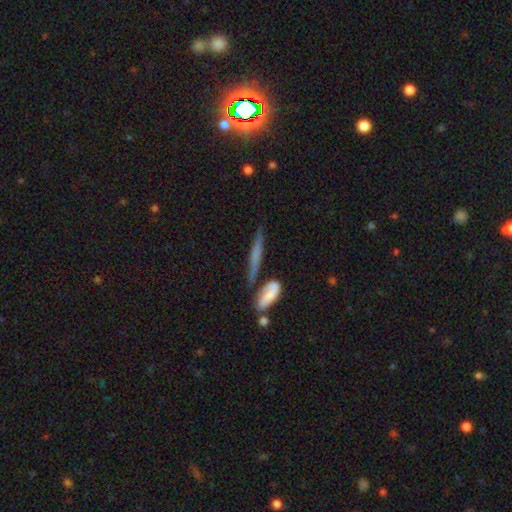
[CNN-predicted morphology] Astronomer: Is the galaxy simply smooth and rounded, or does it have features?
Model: featured or disk — 45%, tied with smooth at 45%.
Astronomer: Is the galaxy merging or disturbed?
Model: none — 63%.